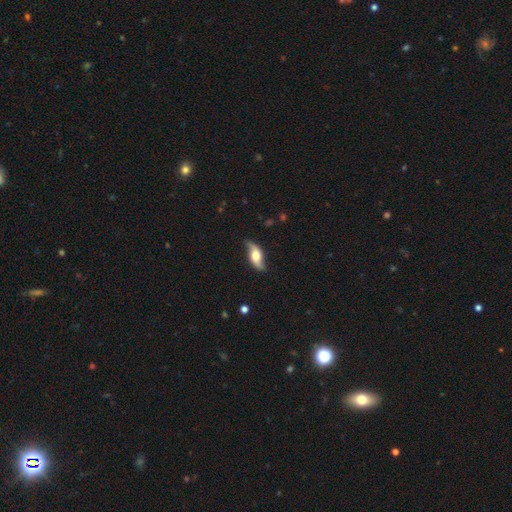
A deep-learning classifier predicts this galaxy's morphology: Smooth or featured? featured or disk (72%)
Edge-on disk? no (79%)
Bar? no (67%)
Spiral arms? yes (90%)
Spiral winding? loose (86%)
Spiral arm count? 2 (93%)
Bulge size? moderate (55%)
Merging? none (77%)